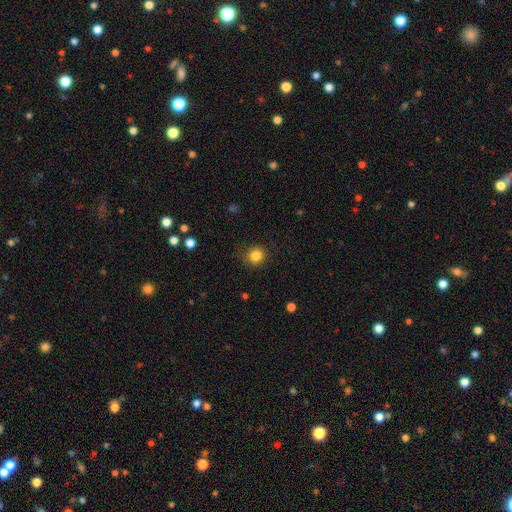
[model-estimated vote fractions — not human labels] Overall: smooth (84%). How rounded: round (89%). Merging: none (84%).